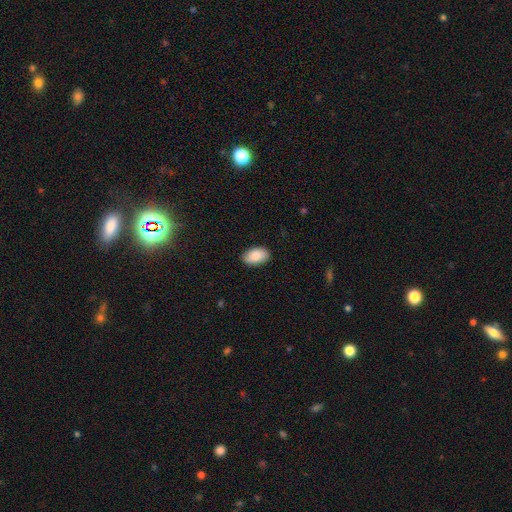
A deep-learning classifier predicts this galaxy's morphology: Q: Smooth or featured?
A: smooth (85%); runner-up: featured or disk (8%)
Q: How rounded?
A: in between (93%); runner-up: round (6%)
Q: Merging?
A: none (85%); runner-up: minor disturbance (12%)